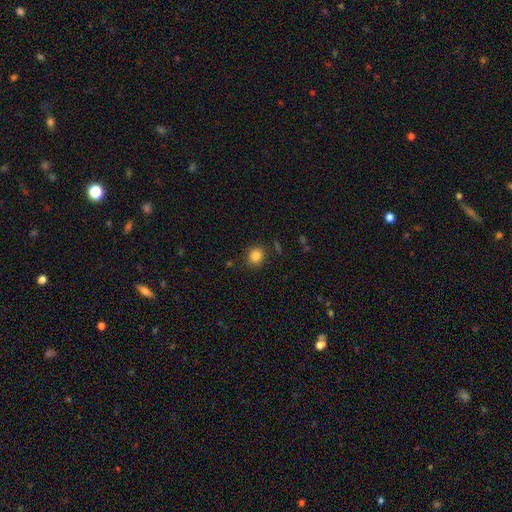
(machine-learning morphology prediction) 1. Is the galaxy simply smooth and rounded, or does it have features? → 84% smooth, 11% star or artifact, 5% featured or disk.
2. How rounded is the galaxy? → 82% round, 17% in between, 1% cigar-shaped.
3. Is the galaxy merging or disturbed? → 87% none, 9% minor disturbance, 3% major disturbance, 2% merger.